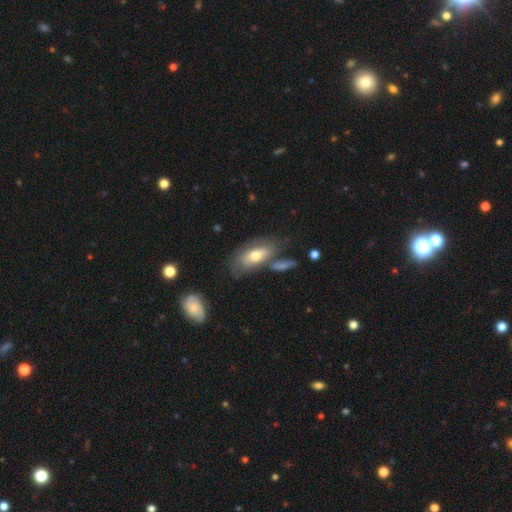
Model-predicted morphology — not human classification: Overall: smooth (57%; featured or disk 36%). How rounded: in between (87%). Merging: none (55%; minor disturbance 21%).